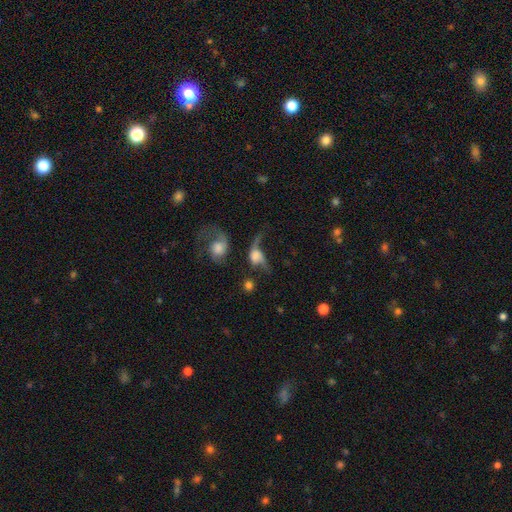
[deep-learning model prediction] Smooth or featured?
  - featured or disk: 53% *
  - smooth: 35%
  - star or artifact: 12%
Edge-on disk?
  - no: 92% *
  - yes: 8%
Merging?
  - major disturbance: 38% *
  - merger: 25%
  - none: 23%
  - minor disturbance: 13%